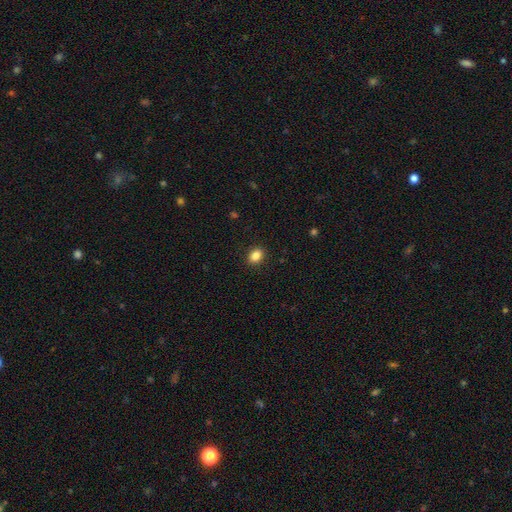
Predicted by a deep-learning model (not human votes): smooth 86%, star or artifact 10%, featured or disk 4%. Down the decision tree: how rounded — in between (60%); merging — none (90%).